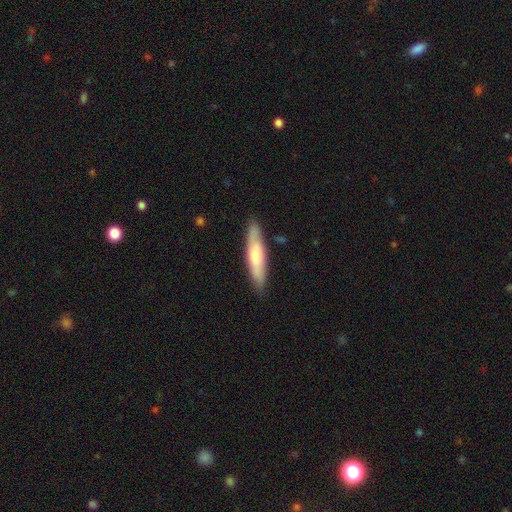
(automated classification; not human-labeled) The model was most divided on "smooth or featured": smooth: 62%, featured or disk: 33%, star or artifact: 5%. More confident: merging — none (86%); how rounded — cigar-shaped (80%).